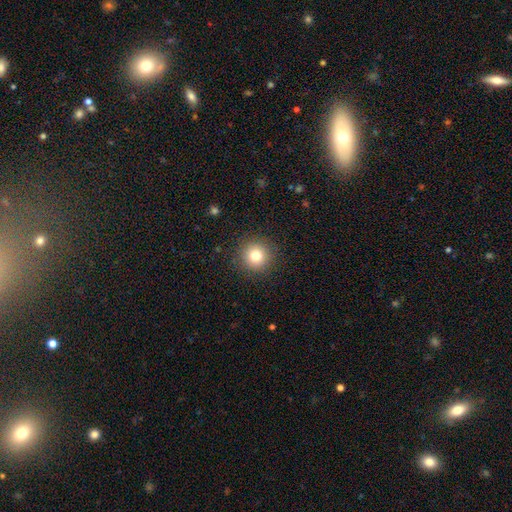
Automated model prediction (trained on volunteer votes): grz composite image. It shows a smooth galaxy with no disk features (80%) that is round (95%). Merging: none (91%).